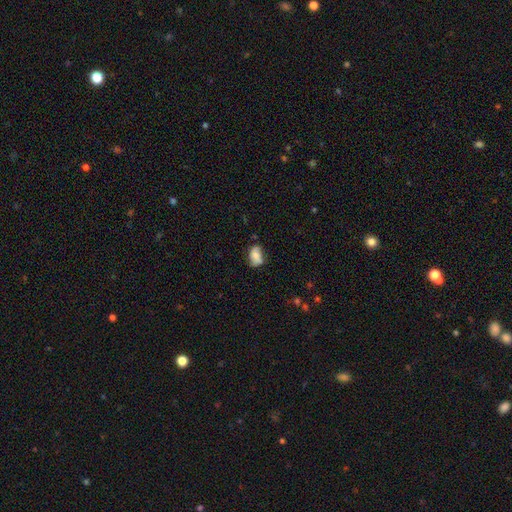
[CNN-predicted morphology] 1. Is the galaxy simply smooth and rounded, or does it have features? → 76% smooth, 15% featured or disk, 8% star or artifact.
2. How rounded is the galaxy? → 87% in between, 12% round, 2% cigar-shaped.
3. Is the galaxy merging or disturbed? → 60% none, 30% minor disturbance, 7% major disturbance, 3% merger.